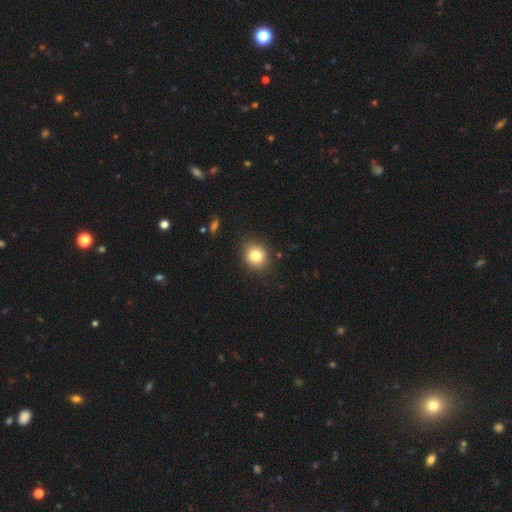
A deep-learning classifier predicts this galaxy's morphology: A smooth galaxy with no disk features (81%) that is round (80%). Merging: none (88%).